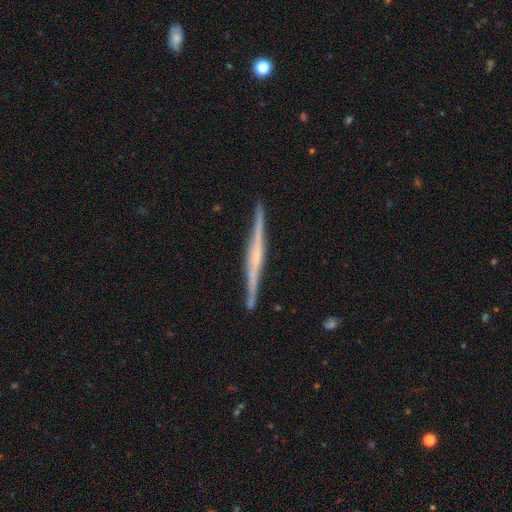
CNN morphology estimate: Smooth or featured? featured or disk (79%)
Edge-on disk? yes (98%)
Edge-on bulge? rounded (47%)
Merging? none (91%)